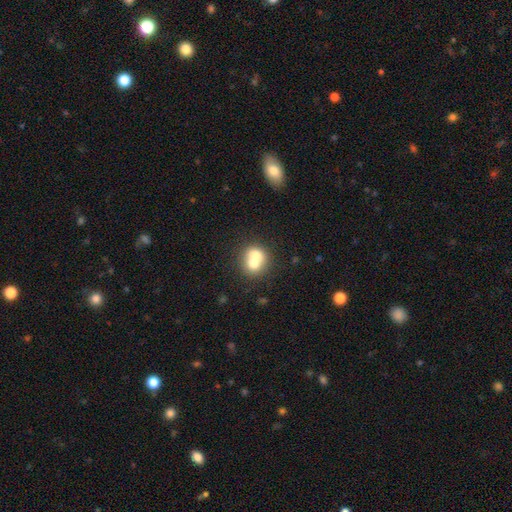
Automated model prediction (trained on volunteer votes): smooth 67%, featured or disk 24%, star or artifact 9%. Down the decision tree: how rounded — round (74%); merging — merger (66%).